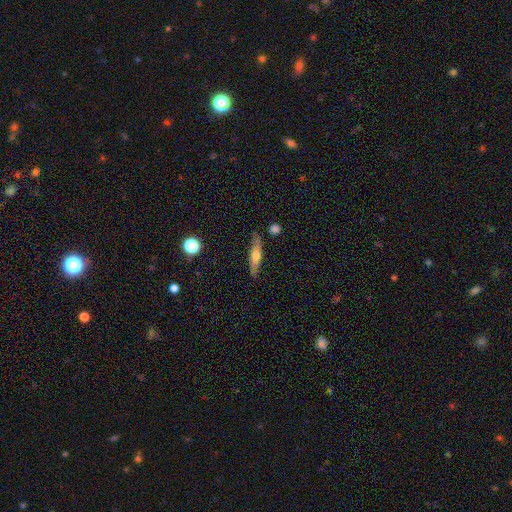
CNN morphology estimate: Smooth or featured? featured or disk (48%)
Merging? none (80%)